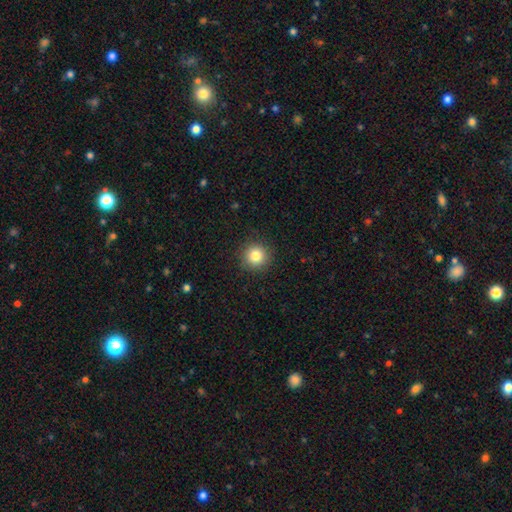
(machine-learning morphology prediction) Overall: smooth (82%). How rounded: round (95%). Merging: none (91%).